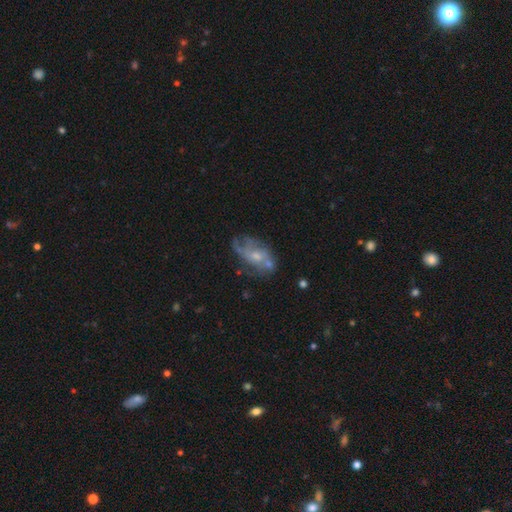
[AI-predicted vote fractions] Smooth or featured?
  - featured or disk: 61% *
  - smooth: 31%
  - star or artifact: 8%
Edge-on disk?
  - no: 95% *
  - yes: 5%
Bar?
  - no: 74% *
  - weak: 23%
  - strong: 3%
Spiral arms?
  - yes: 58% *
  - no: 42%
Bulge size?
  - small: 48% *
  - moderate: 40%
  - none: 7%
  - large: 3%
  - dominant: 1%
Merging?
  - none: 44% *
  - minor disturbance: 26%
  - major disturbance: 20%
  - merger: 11%